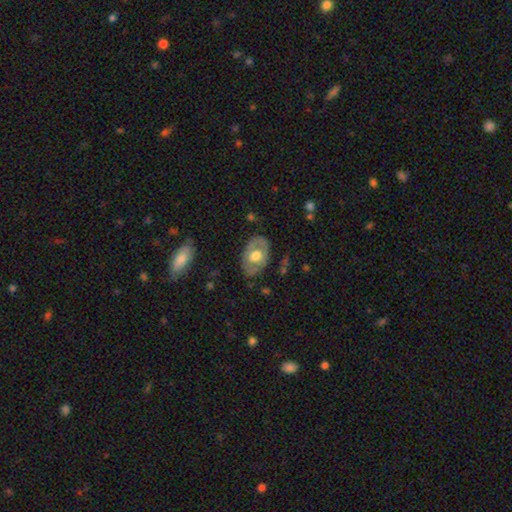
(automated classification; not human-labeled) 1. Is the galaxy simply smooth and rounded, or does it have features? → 51% featured or disk, 43% smooth, 6% star or artifact.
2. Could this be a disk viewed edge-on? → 91% no, 9% yes.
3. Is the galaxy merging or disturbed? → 76% none, 17% minor disturbance, 5% major disturbance, 1% merger.